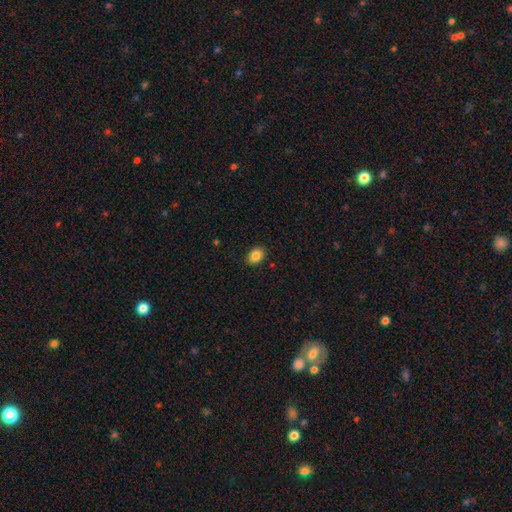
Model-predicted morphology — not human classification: This is clearly a smooth galaxy (86%). How rounded: likely in between (69%). Merging: clearly none (88%).